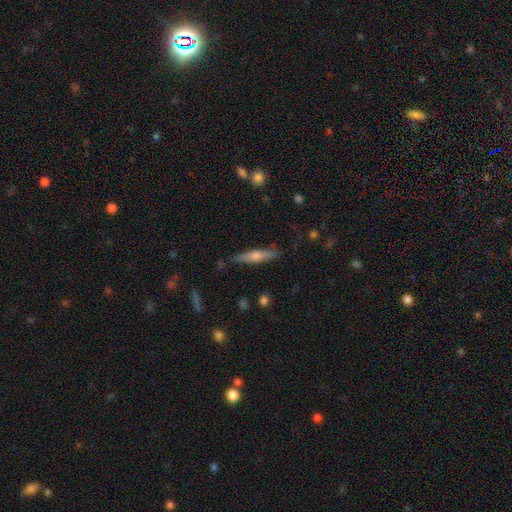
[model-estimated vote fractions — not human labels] Q: Smooth or featured?
A: featured or disk (56%); runner-up: smooth (37%)
Q: Edge-on disk?
A: yes (95%); runner-up: no (5%)
Q: Edge-on bulge?
A: rounded (83%); runner-up: none (11%)
Q: Merging?
A: none (84%); runner-up: minor disturbance (12%)